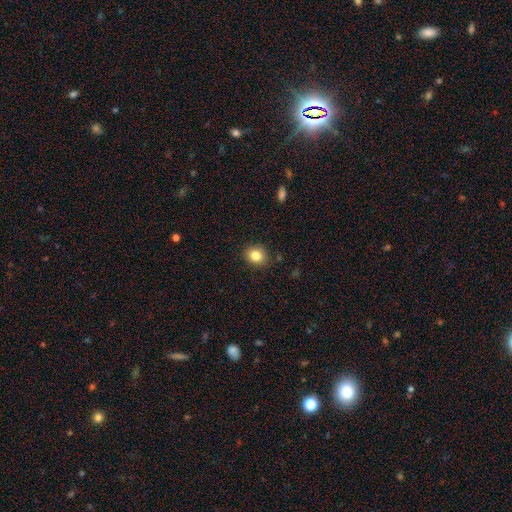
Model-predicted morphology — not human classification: Smooth or featured: smooth — 83% (star or artifact — 10%)
How rounded: round — 68% (in between — 31%)
Merging: none — 87% (minor disturbance — 9%)